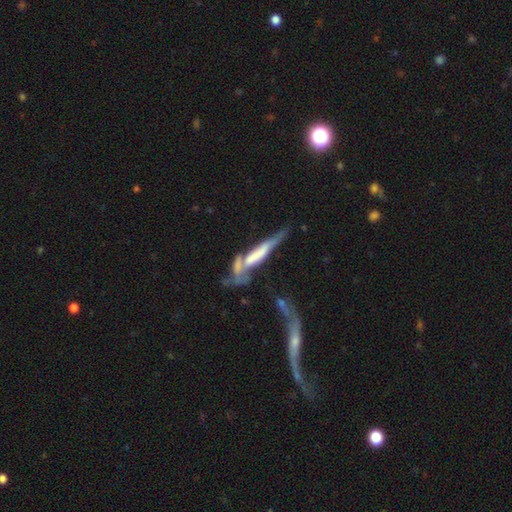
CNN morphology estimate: type=featured or disk (54%); edge-on=yes (68%); merging=merger (52%).